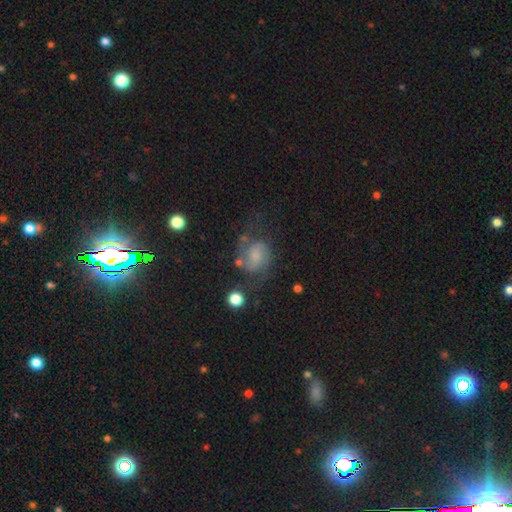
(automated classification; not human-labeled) Overall: featured or disk (55%; smooth 33%). Edge-on disk: no (97%). Bar: no (56%; weak 36%). Spiral arms: yes (83%). Bulge size: small (39%; moderate 27%). Merging: none (48%; major disturbance 23%).